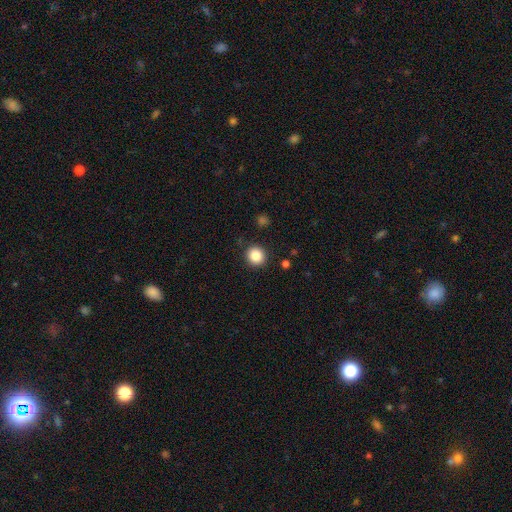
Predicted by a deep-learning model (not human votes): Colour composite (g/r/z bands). It shows a smooth galaxy with no disk features (86%) that is round (91%). Merging: none (90%).